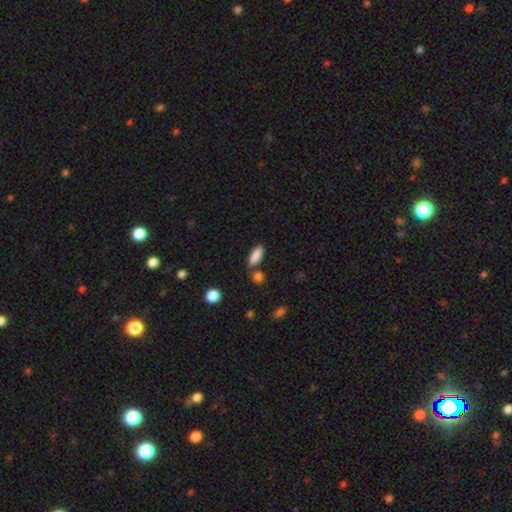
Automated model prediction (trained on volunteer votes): This appears to be a smooth galaxy with no disk features (88%) that is in between round and cigar-shaped (74%). Merging: none (74%).